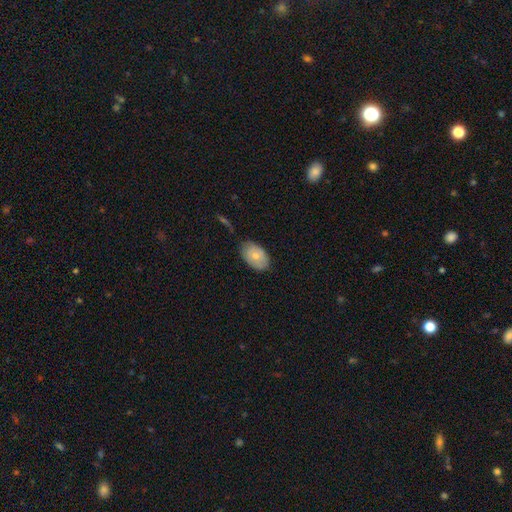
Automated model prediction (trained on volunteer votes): Smooth or featured? smooth (66%)
How rounded? in between (88%)
Merging? none (74%)